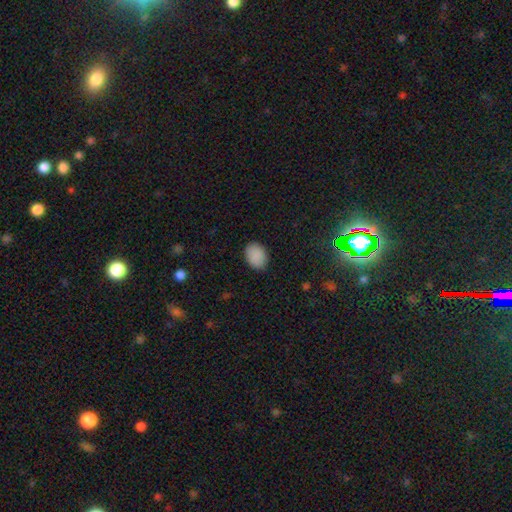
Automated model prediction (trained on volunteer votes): Smooth or featured?
  - smooth: 89% *
  - star or artifact: 8%
  - featured or disk: 3%
How rounded?
  - in between: 68% *
  - round: 31%
  - cigar-shaped: 1%
Merging?
  - none: 86% *
  - minor disturbance: 11%
  - major disturbance: 2%
  - merger: 1%